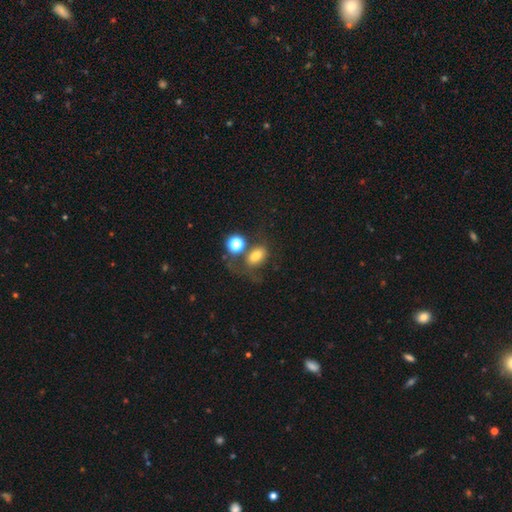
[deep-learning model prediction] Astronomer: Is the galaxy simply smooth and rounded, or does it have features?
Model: smooth — 72%.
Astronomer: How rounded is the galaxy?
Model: in between — 73%.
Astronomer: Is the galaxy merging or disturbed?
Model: none — 48%.